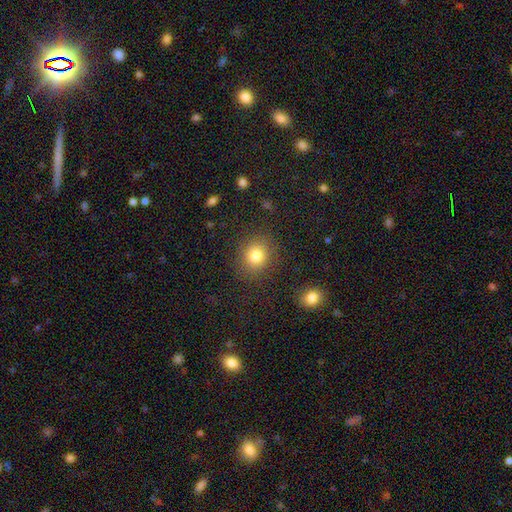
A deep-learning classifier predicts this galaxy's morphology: Smooth or featured?
  - smooth: 81% *
  - star or artifact: 12%
  - featured or disk: 7%
How rounded?
  - round: 74% *
  - in between: 25%
  - cigar-shaped: 1%
Merging?
  - none: 85% *
  - minor disturbance: 9%
  - major disturbance: 4%
  - merger: 2%